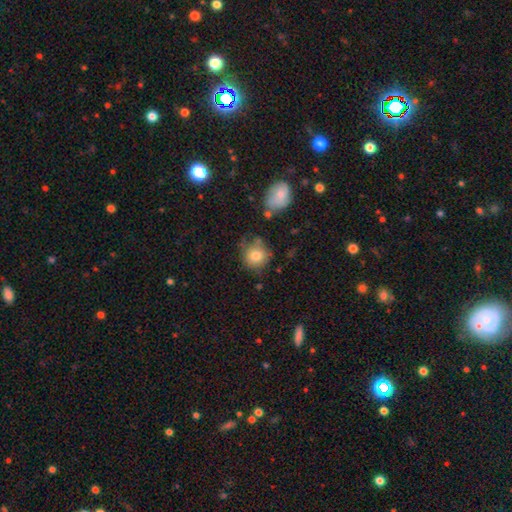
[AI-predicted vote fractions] Smooth or featured?
  - smooth: 80% *
  - featured or disk: 11%
  - star or artifact: 9%
How rounded?
  - round: 87% *
  - in between: 12%
  - cigar-shaped: 1%
Merging?
  - none: 68% *
  - minor disturbance: 19%
  - merger: 7%
  - major disturbance: 6%